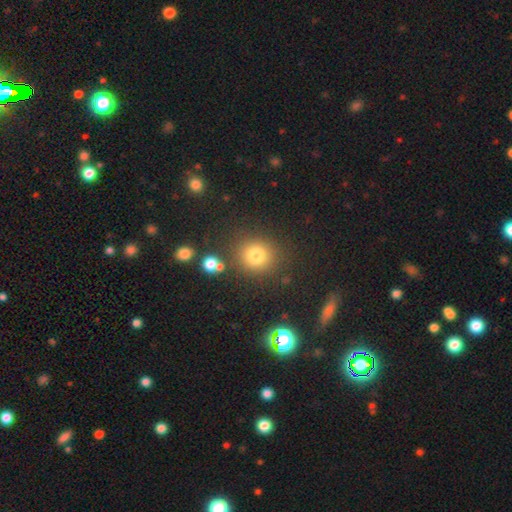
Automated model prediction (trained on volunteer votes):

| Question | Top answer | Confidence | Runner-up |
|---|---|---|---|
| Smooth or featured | smooth | 77% | star or artifact (15%) |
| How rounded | round | 86% | in between (13%) |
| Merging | none | 81% | minor disturbance (9%) |